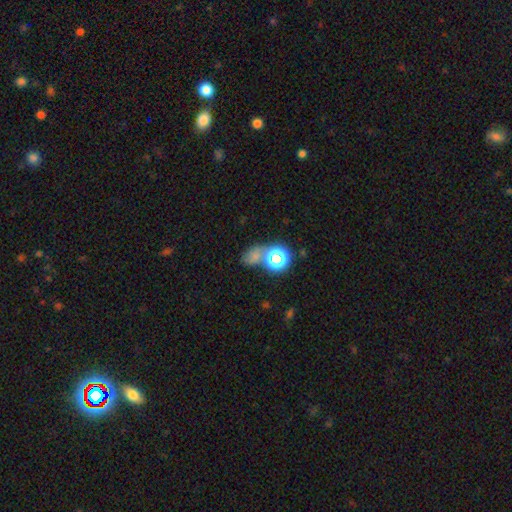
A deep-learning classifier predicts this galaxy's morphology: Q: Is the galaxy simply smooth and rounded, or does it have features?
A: smooth — 53%.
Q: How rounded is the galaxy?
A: round — 50%.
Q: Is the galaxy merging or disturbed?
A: none — 44%.